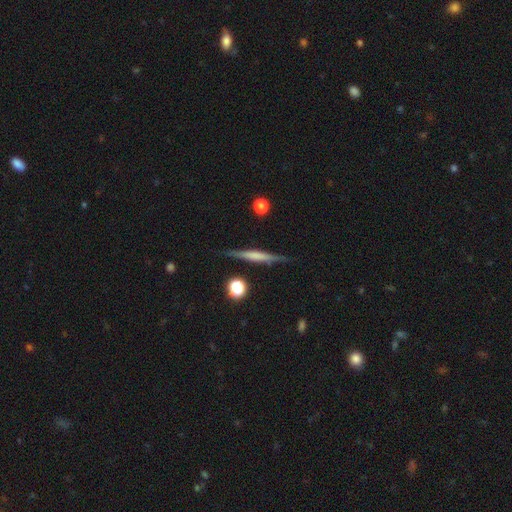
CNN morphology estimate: Smooth or featured?
  - featured or disk: 58% *
  - smooth: 35%
  - star or artifact: 7%
Edge-on disk?
  - yes: 96% *
  - no: 4%
Edge-on bulge?
  - none: 42% *
  - rounded: 30%
  - boxy: 28%
Merging?
  - none: 86% *
  - minor disturbance: 10%
  - major disturbance: 2%
  - merger: 2%